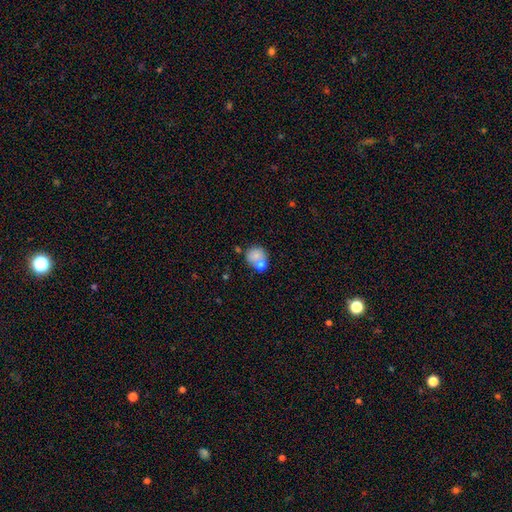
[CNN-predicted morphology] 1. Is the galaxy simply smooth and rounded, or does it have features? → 75% smooth, 15% featured or disk, 10% star or artifact.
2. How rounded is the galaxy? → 79% round, 20% in between, 1% cigar-shaped.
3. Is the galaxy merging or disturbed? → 49% none, 31% merger, 13% minor disturbance, 6% major disturbance.